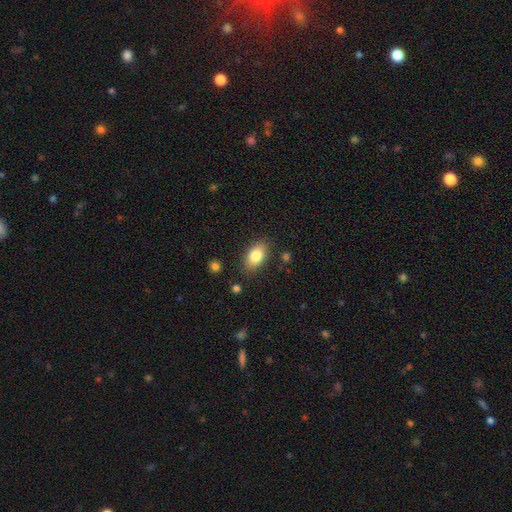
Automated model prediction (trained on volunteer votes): Morphology: type=smooth (82%); roundness=in between (90%); merging=none (83%).